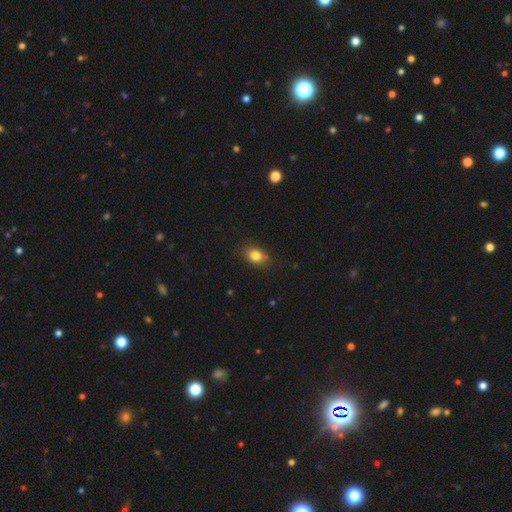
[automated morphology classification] The model was most divided on "how rounded": in between: 59%, round: 40%, cigar-shaped: 1%. More confident: smooth or featured — smooth (83%); merging — none (80%).